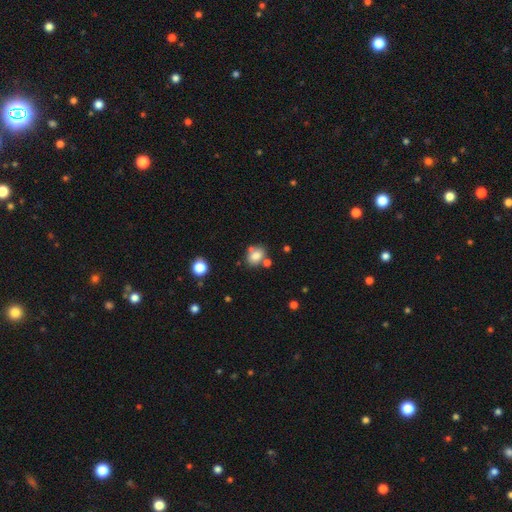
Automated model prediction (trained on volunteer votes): Morphology: type=smooth (78%); roundness=in between (54%); merging=none (60%).